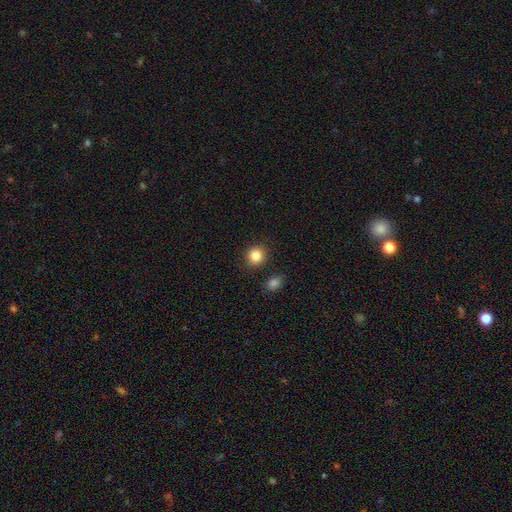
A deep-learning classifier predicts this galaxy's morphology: smooth-or-featured: smooth: 85% | star or artifact: 10% | featured or disk: 4%
  how-rounded: round: 89% | in between: 11% | cigar-shaped: 1%
  merging: none: 88% | minor disturbance: 7% | merger: 3% | major disturbance: 2%